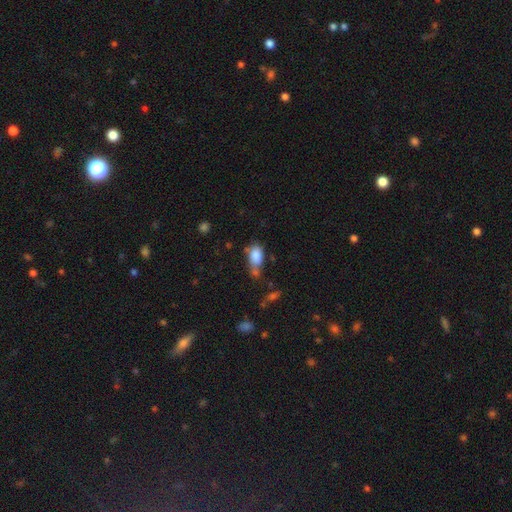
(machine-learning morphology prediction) smooth 83%, star or artifact 9%, featured or disk 8%. Down the decision tree: how rounded — in between (87%); merging — none (39%).